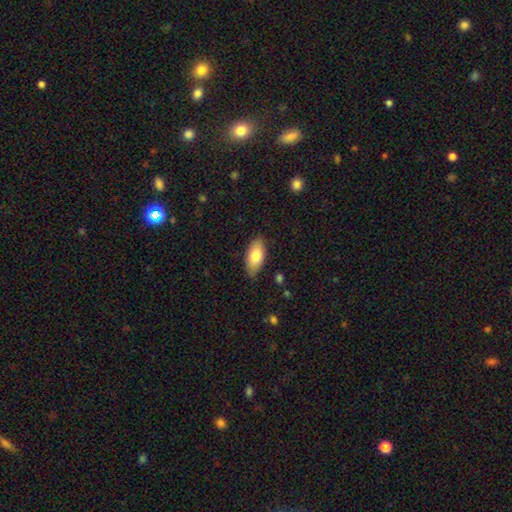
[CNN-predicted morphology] Smooth or featured: smooth — 79% (featured or disk — 15%)
How rounded: in between — 90% (cigar-shaped — 8%)
Merging: none — 83% (minor disturbance — 14%)